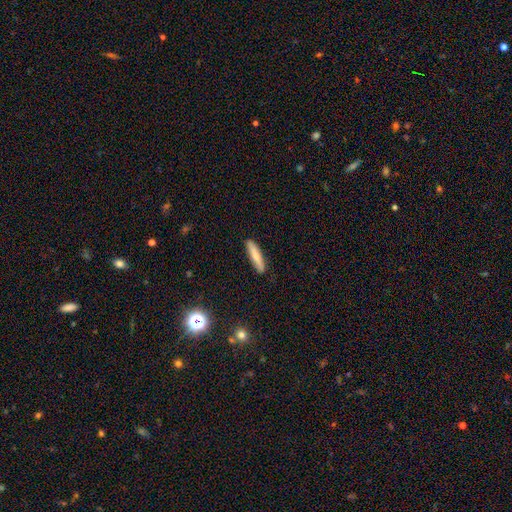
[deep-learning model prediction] A smooth galaxy with no disk features (72%) that is cigar-shaped (85%).

Vote fractions:
- Smooth or featured? smooth: 72% / featured or disk: 22% / star or artifact: 6%
- How rounded? cigar-shaped: 85% / in between: 14% / round: 2%
- Merging? none: 88% / minor disturbance: 9% / major disturbance: 2% / merger: 1%